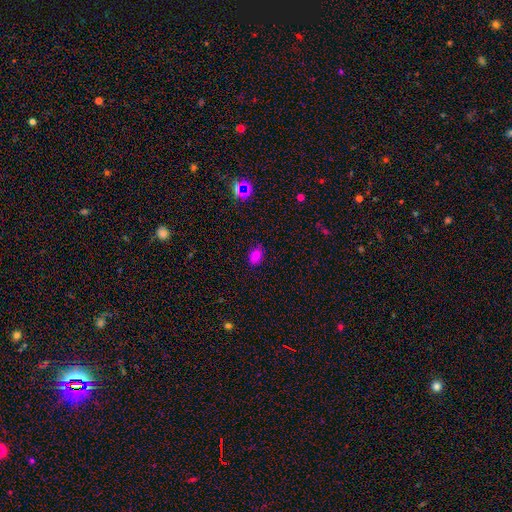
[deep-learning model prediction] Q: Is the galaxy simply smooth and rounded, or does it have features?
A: smooth — 80%.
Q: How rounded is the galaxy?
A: in between — 76%.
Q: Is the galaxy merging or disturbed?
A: none — 82%.